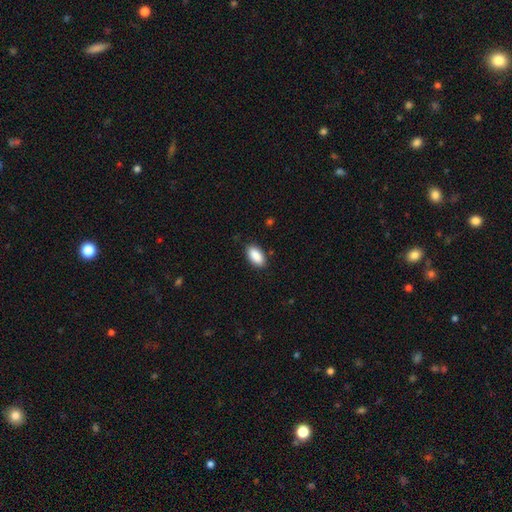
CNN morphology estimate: Smooth or featured?
  - smooth: 90% *
  - star or artifact: 6%
  - featured or disk: 3%
How rounded?
  - in between: 94% *
  - round: 3%
  - cigar-shaped: 3%
Merging?
  - none: 87% *
  - minor disturbance: 10%
  - major disturbance: 2%
  - merger: 1%